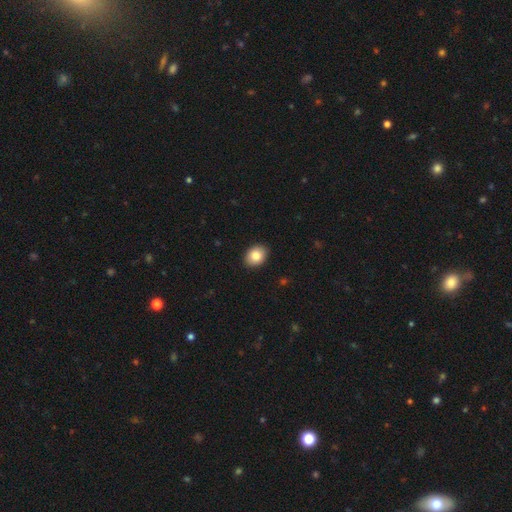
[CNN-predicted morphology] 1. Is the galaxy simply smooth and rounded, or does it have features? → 86% smooth, 8% star or artifact, 7% featured or disk.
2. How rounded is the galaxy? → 65% in between, 34% round, 1% cigar-shaped.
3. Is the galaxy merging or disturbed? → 90% none, 7% minor disturbance, 2% major disturbance, 1% merger.